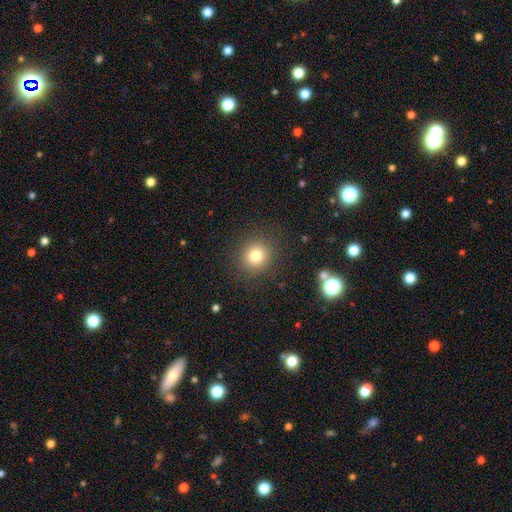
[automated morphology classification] smooth_or_featured: smooth (p=0.78) [alt: star or artifact p=0.13]
how_rounded: round (p=0.90) [alt: in between p=0.09]
merging: none (p=0.89) [alt: minor disturbance p=0.07]